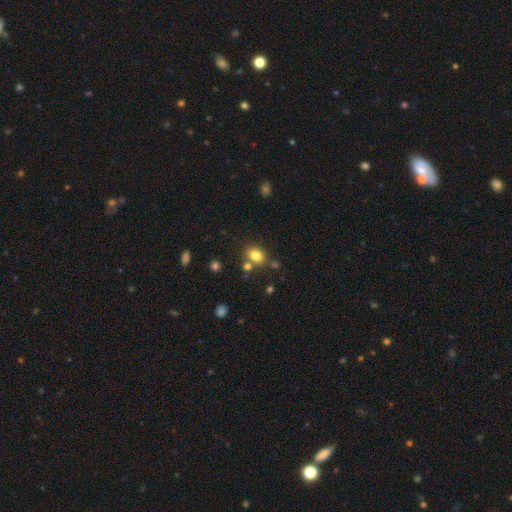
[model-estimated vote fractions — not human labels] smooth 80%, star or artifact 11%, featured or disk 8%. Down the decision tree: how rounded — in between (65%); merging — none (69%).